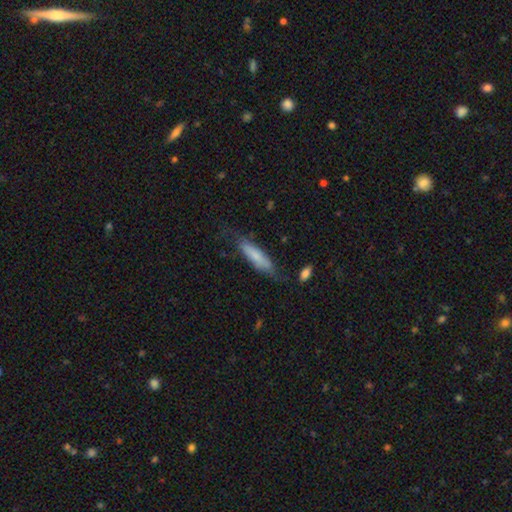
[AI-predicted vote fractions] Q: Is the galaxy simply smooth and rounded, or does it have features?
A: smooth — 70%.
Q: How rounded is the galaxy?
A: cigar-shaped — 74%.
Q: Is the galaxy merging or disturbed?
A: none — 63%.